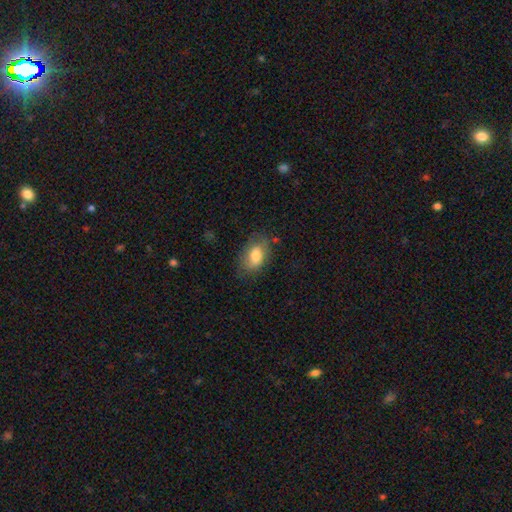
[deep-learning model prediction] A smooth galaxy with no disk features (76%) that is in between round and cigar-shaped (86%). Merging: none (69%).